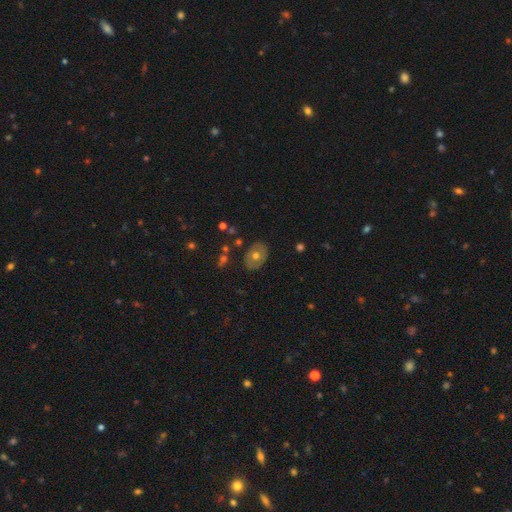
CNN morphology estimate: The model was most divided on "smooth or featured": smooth: 50%, featured or disk: 41%, star or artifact: 9%. More confident: merging — none (82%); how rounded — in between (65%).